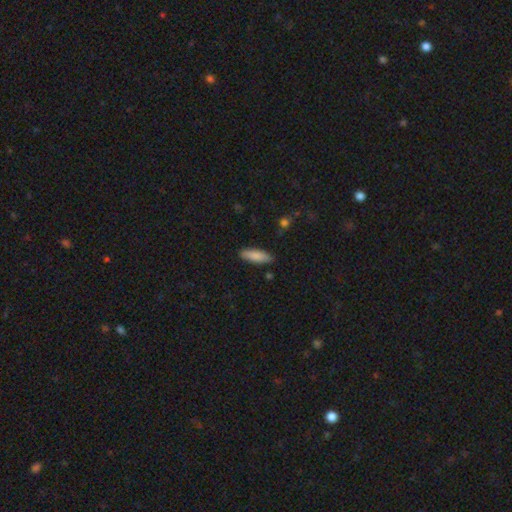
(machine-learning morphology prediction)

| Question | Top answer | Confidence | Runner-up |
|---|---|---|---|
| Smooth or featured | smooth | 84% | featured or disk (10%) |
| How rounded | in between | 53% | cigar-shaped (45%) |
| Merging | none | 86% | minor disturbance (10%) |